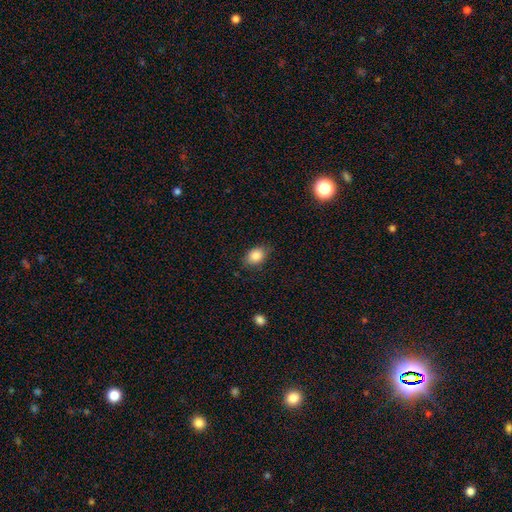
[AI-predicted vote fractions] smooth_or_featured: smooth (p=0.86) [alt: star or artifact p=0.08]
how_rounded: in between (p=0.78) [alt: round p=0.20]
merging: none (p=0.78) [alt: minor disturbance p=0.17]